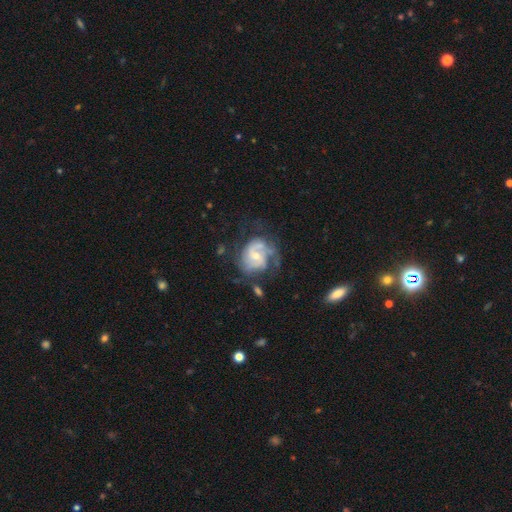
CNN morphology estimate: Overall: featured or disk (82%). Edge-on disk: no (98%). Bar: no (53%; weak 39%). Spiral arms: yes (92%). Spiral arm count: 2 (48%; can't tell 23%). Spiral winding: medium (43%; tight 40%). Bulge size: small (50%; moderate 45%). Merging: none (50%; minor disturbance 24%).